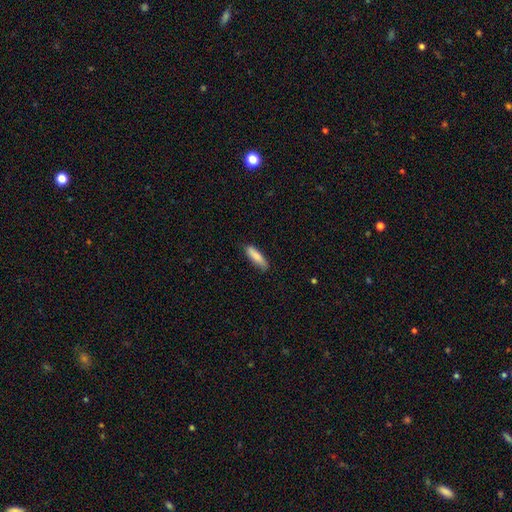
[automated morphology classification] Smooth or featured: smooth — 85% (featured or disk — 9%)
How rounded: cigar-shaped — 65% (in between — 34%)
Merging: none — 80% (minor disturbance — 16%)